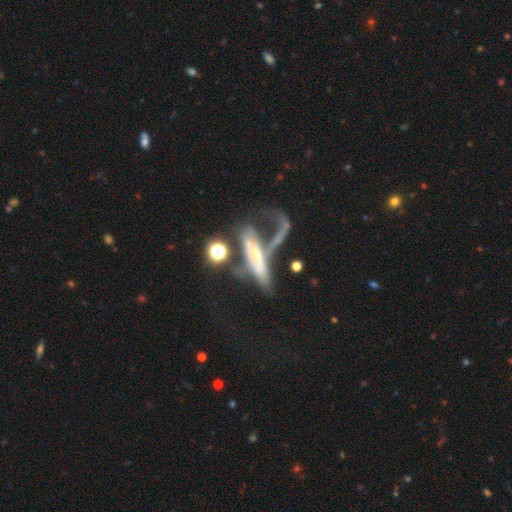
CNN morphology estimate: The model was most divided on "edge-on disk": no: 59%, yes: 41%. Remaining: smooth or featured — featured or disk (60%); merging — major disturbance (50%).